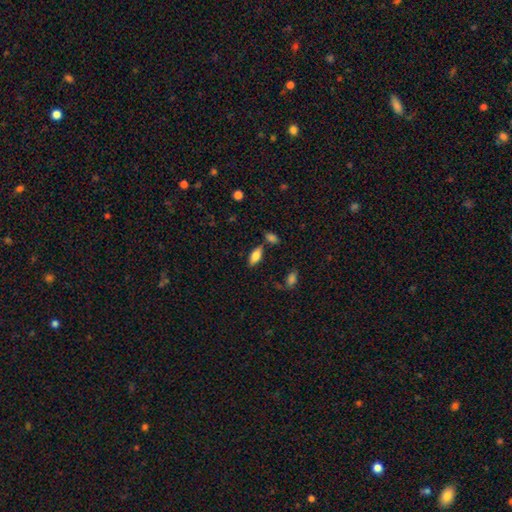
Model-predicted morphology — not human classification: This appears to be a smooth galaxy with no disk features (77%) that is in between round and cigar-shaped (81%). Merging: none (73%).